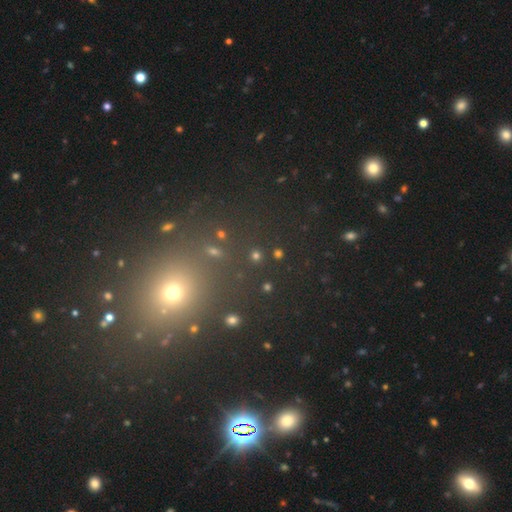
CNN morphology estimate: The model was most divided on "smooth or featured": smooth: 47%, star or artifact: 45%, featured or disk: 8%. More confident: merging — none (83%).